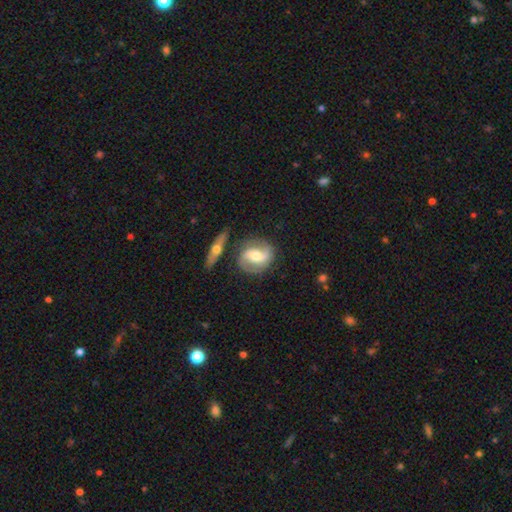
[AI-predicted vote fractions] This appears to be a featured or disk galaxy (73%) with a weak bar (39%), 2 (88%) medium (47%) spiral arms (90%) and a moderate central bulge (64%). Merging: none (73%).